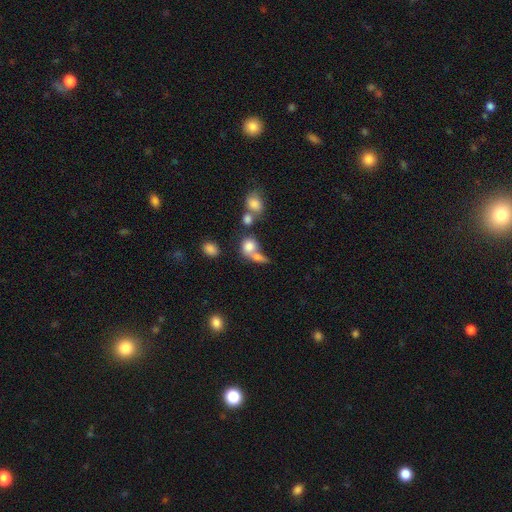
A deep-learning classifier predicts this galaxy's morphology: Smooth or featured? smooth (70%)
How rounded? round (57%)
Merging? merger (50%)